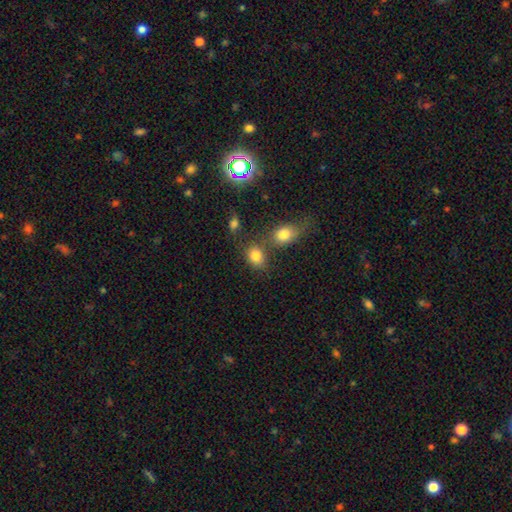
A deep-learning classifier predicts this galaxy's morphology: The model was most divided on "how rounded": in between: 57%, round: 41%, cigar-shaped: 1%. More confident: smooth or featured — smooth (82%); merging — none (54%).